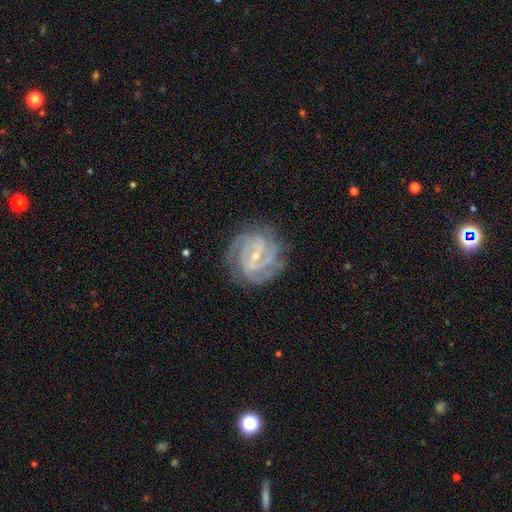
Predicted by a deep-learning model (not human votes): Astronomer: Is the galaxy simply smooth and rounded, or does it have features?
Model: featured or disk — 89%.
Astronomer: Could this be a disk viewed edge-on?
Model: no — 97%.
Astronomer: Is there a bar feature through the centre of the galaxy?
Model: weak — 48% (runner-up: strong, 35%).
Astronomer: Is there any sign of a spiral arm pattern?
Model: yes — 98%.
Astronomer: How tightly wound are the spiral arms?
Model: tight — 67%.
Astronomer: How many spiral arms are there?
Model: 3 — 26%, tied with 2 at 26%.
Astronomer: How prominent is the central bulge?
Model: small — 74%.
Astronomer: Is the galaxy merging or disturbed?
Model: none — 81%.